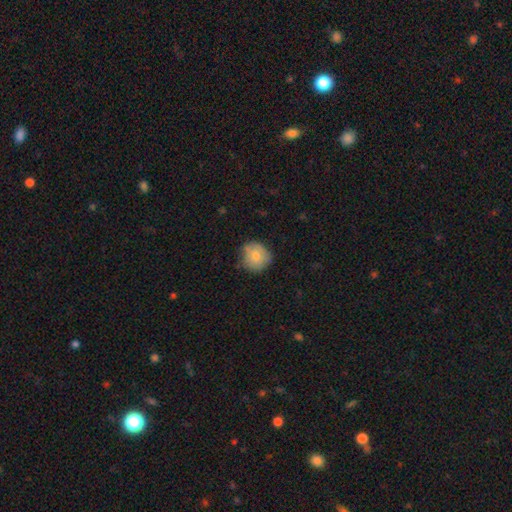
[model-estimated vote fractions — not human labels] A smooth galaxy with no disk features (77%) that is round (88%).

Vote fractions:
- Smooth or featured? smooth: 77% / featured or disk: 15% / star or artifact: 8%
- How rounded? round: 88% / in between: 11% / cigar-shaped: 1%
- Merging? none: 69% / minor disturbance: 24% / major disturbance: 5% / merger: 2%